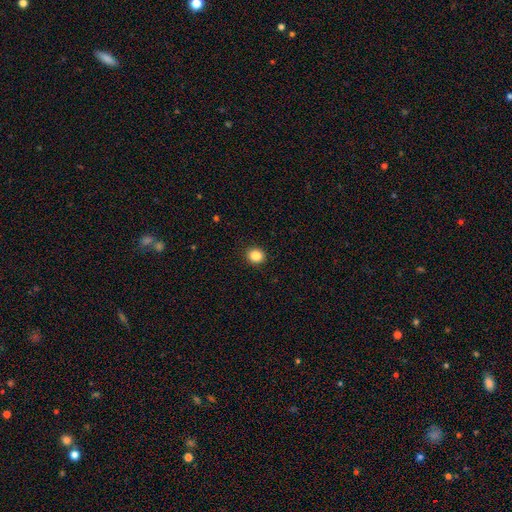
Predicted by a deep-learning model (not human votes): smooth 87%, star or artifact 10%, featured or disk 3%. Down the decision tree: how rounded — round (84%); merging — none (92%).